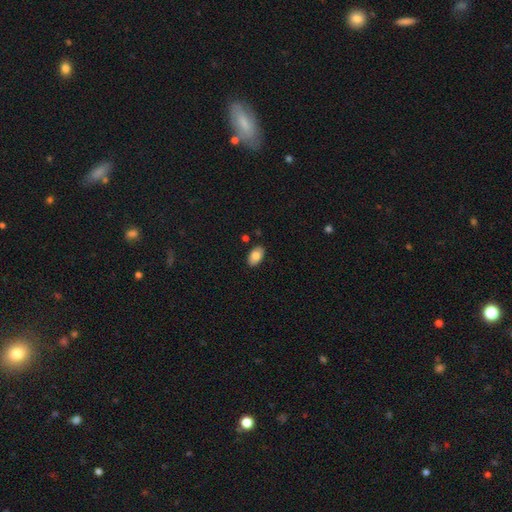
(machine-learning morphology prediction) A smooth galaxy with no disk features (81%) that is in between round and cigar-shaped (93%).

Vote fractions:
- Smooth or featured? smooth: 81% / featured or disk: 12% / star or artifact: 7%
- How rounded? in between: 93% / round: 6% / cigar-shaped: 1%
- Merging? none: 87% / minor disturbance: 9% / merger: 2% / major disturbance: 2%